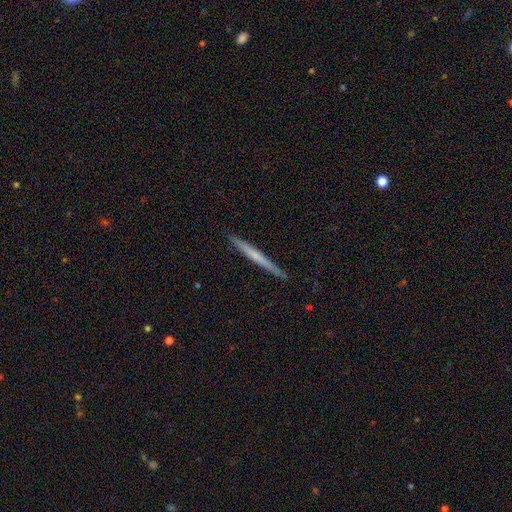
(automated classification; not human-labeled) A featured or disk galaxy (49%). Merging: none (91%).